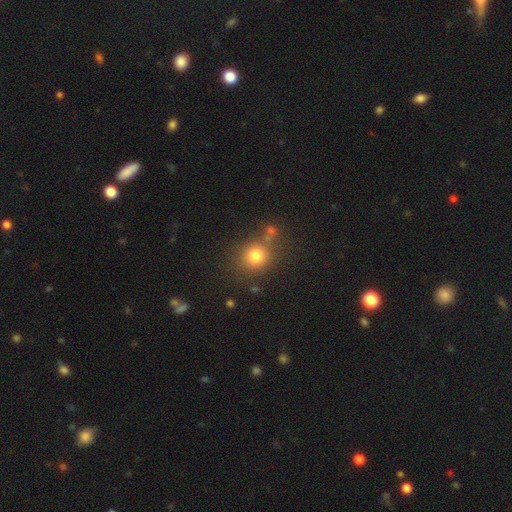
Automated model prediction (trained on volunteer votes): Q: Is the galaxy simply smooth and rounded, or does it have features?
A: smooth — 78%.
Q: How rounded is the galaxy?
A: round — 84%.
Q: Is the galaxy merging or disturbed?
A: none — 72%.